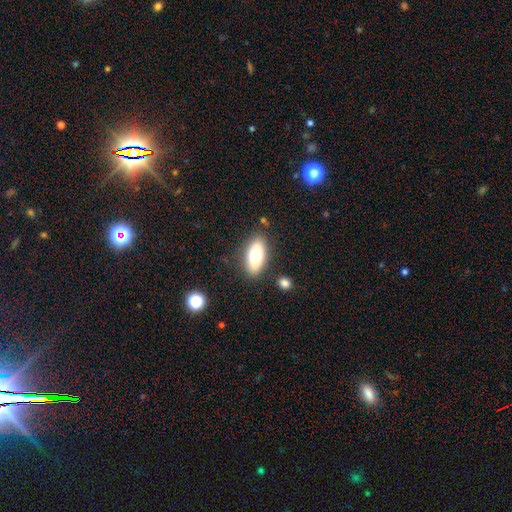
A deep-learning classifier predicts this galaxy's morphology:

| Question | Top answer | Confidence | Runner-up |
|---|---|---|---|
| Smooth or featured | smooth | 74% | featured or disk (19%) |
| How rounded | in between | 86% | cigar-shaped (11%) |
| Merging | none | 83% | minor disturbance (11%) |